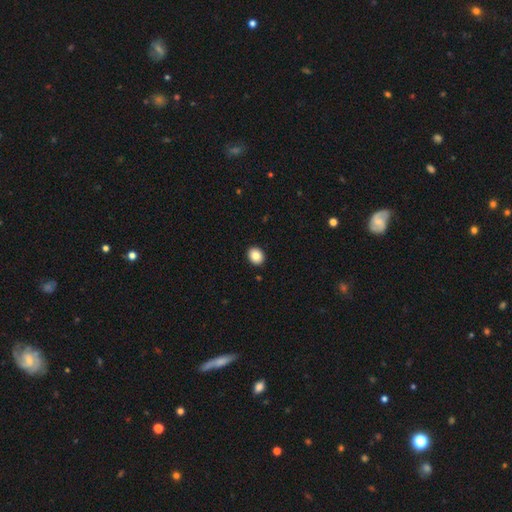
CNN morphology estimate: smooth-or-featured: smooth: 85% | star or artifact: 9% | featured or disk: 6%
  how-rounded: round: 53% | in between: 46% | cigar-shaped: 1%
  merging: none: 92% | minor disturbance: 5% | major disturbance: 1% | merger: 1%